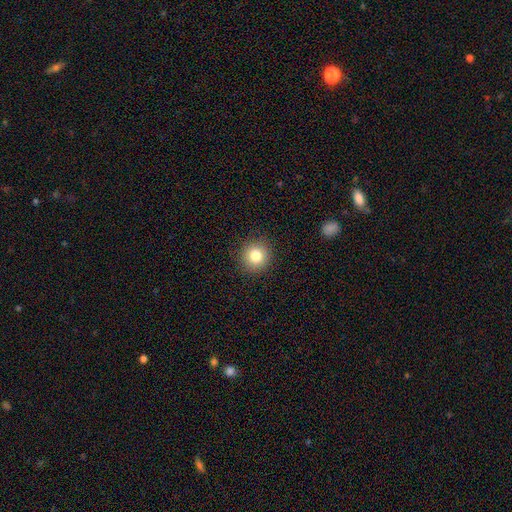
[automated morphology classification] The model was most divided on "smooth or featured": smooth: 81%, star or artifact: 11%, featured or disk: 8%. More confident: how rounded — round (93%); merging — none (91%).